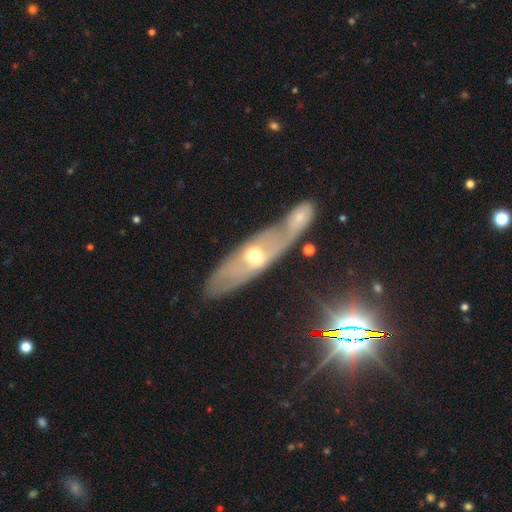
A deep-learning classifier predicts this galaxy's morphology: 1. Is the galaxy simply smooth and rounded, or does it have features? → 72% featured or disk, 14% smooth, 13% star or artifact.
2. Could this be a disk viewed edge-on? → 70% no, 30% yes.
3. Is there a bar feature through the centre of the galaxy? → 64% no, 27% weak, 9% strong.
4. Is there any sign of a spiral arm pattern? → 75% yes, 25% no.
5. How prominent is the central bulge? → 57% moderate, 36% small, 4% large, 2% none, 1% dominant.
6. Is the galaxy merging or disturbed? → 53% none, 21% merger, 18% minor disturbance, 9% major disturbance.